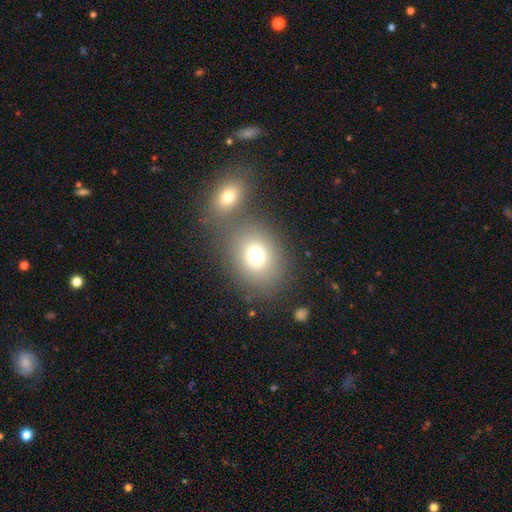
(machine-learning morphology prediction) The model was most divided on "how rounded": round: 54%, in between: 45%, cigar-shaped: 1%. More confident: smooth or featured — smooth (74%); merging — none (58%).